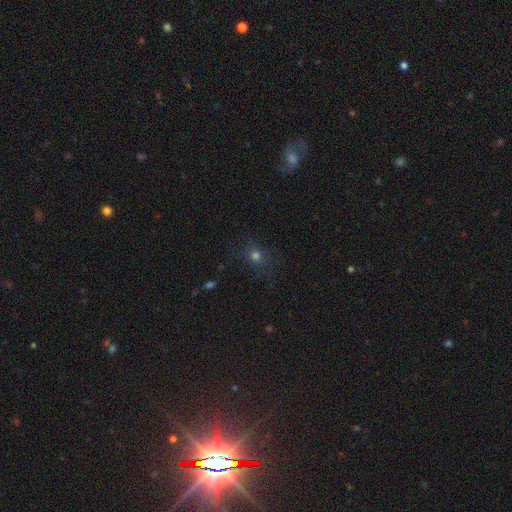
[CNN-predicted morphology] Overall: smooth (64%; star or artifact 26%). How rounded: round (76%). Merging: none (81%).